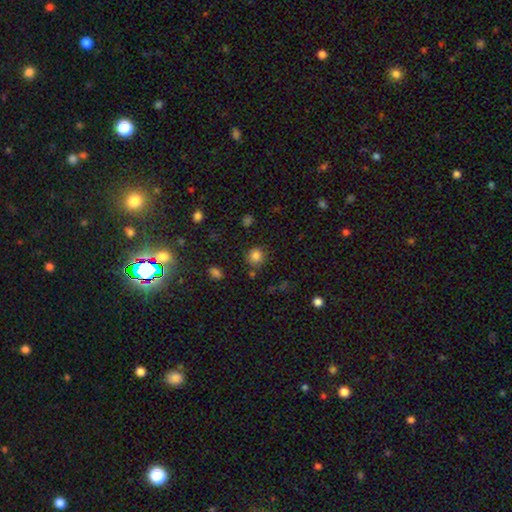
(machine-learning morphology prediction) The model was most divided on "smooth or featured": smooth: 83%, star or artifact: 12%, featured or disk: 5%. More confident: how rounded — round (91%); merging — none (83%).